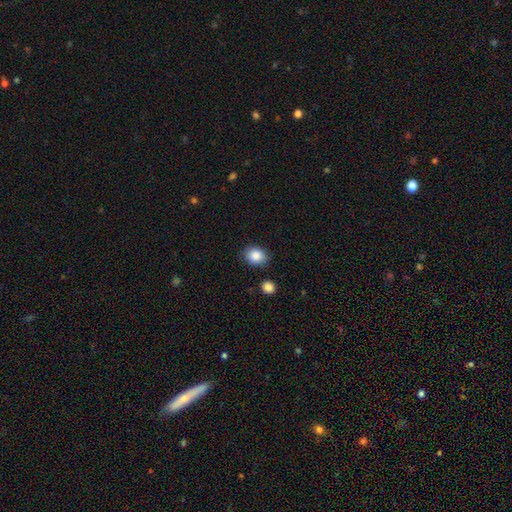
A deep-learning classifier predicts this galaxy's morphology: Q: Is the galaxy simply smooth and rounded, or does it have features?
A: smooth — 87%.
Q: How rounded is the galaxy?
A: round — 53%.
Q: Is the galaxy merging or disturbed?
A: none — 83%.